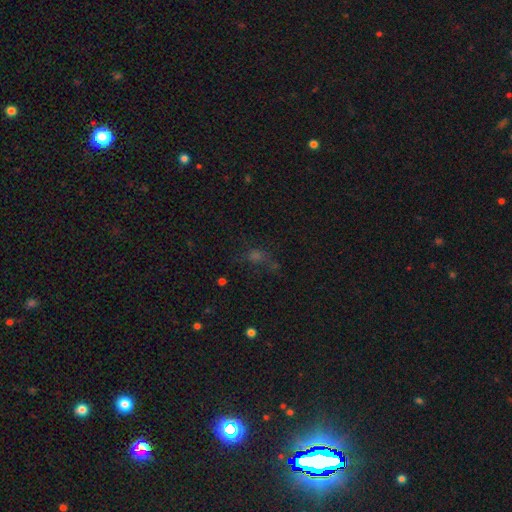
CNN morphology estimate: Smooth or featured?
  - star or artifact: 45% *
  - smooth: 40%
  - featured or disk: 15%